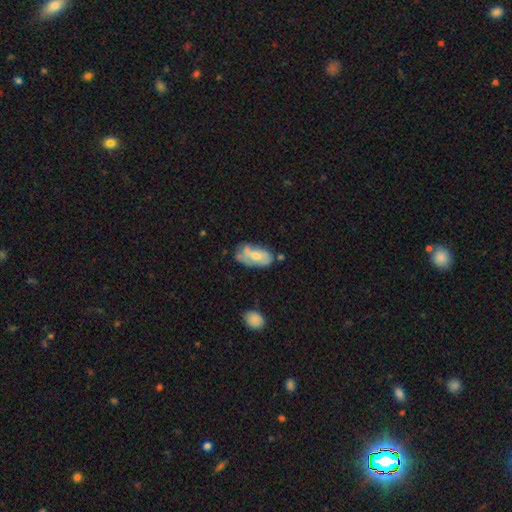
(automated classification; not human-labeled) This is possibly a smooth galaxy (54%). How rounded: clearly in between (92%). Merging: marginally none (40%).